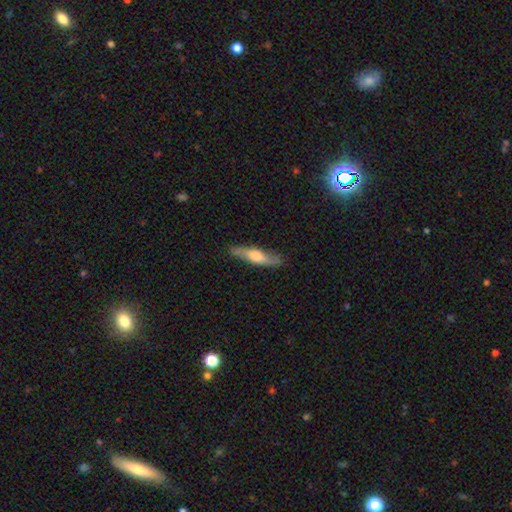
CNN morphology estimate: smooth_or_featured: featured or disk (p=0.51) [alt: smooth p=0.43]
disk_edge_on: yes (p=0.80) [alt: no p=0.20]
merging: none (p=0.85) [alt: minor disturbance p=0.11]